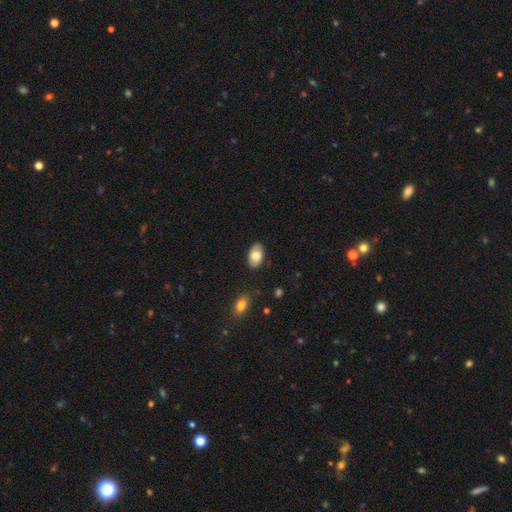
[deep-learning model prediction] Smooth or featured? smooth (76%)
How rounded? in between (93%)
Merging? none (84%)